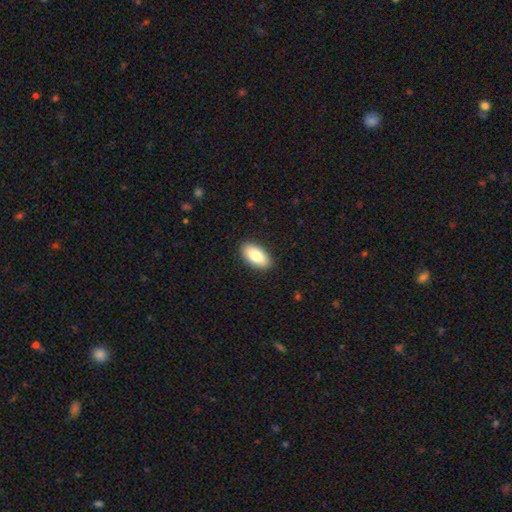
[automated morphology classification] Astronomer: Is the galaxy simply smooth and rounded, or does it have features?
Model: smooth — 81%.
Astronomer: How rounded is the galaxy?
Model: in between — 93%.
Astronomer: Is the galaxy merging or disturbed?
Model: none — 90%.